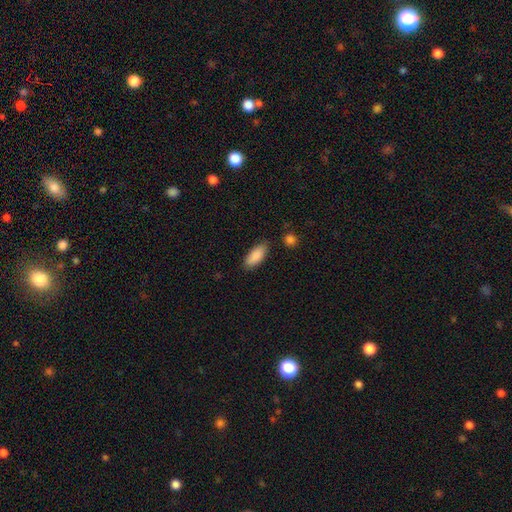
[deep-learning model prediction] Overall: smooth (88%). How rounded: in between (82%). Merging: none (81%).